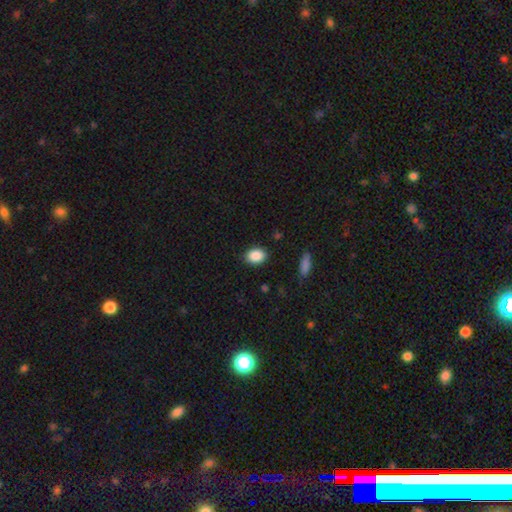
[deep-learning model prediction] A smooth galaxy with no disk features (88%) that is in between round and cigar-shaped (71%).

Vote fractions:
- Smooth or featured? smooth: 88% / star or artifact: 8% / featured or disk: 4%
- How rounded? in between: 71% / round: 28% / cigar-shaped: 1%
- Merging? none: 87% / minor disturbance: 9% / major disturbance: 2% / merger: 1%